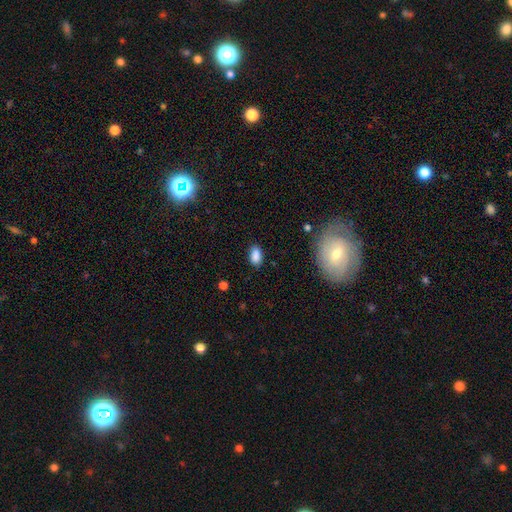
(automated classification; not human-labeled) Smooth or featured? Predicted: smooth (p=0.86). How rounded? Predicted: in between (p=0.91). Merging? Predicted: none (p=0.82).